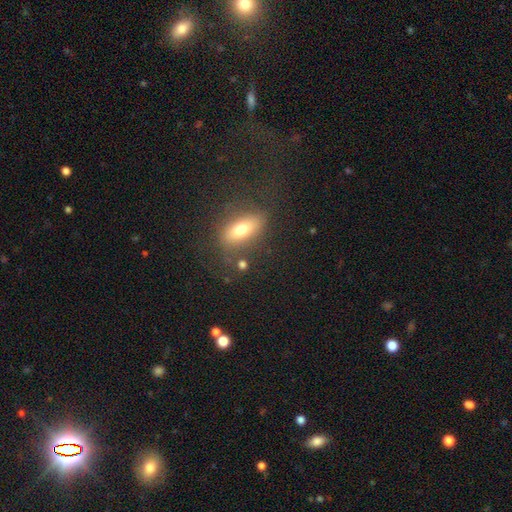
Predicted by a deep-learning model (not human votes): smooth-or-featured: smooth: 51% | featured or disk: 29% | star or artifact: 19%
  how-rounded: in between: 68% | cigar-shaped: 22% | round: 10%
  merging: none: 64% | major disturbance: 16% | minor disturbance: 15% | merger: 6%